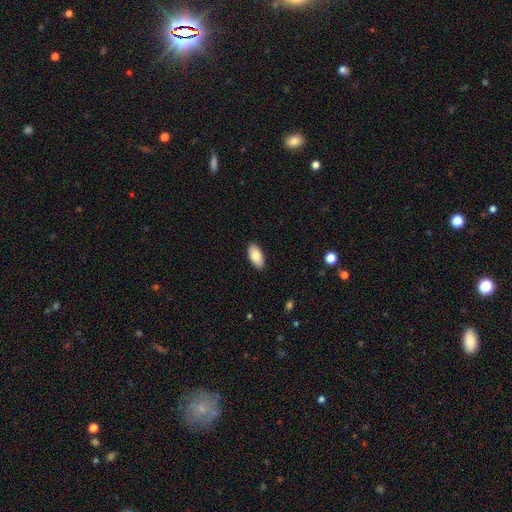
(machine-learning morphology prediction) Overall: smooth (85%). How rounded: in between (93%). Merging: none (89%).